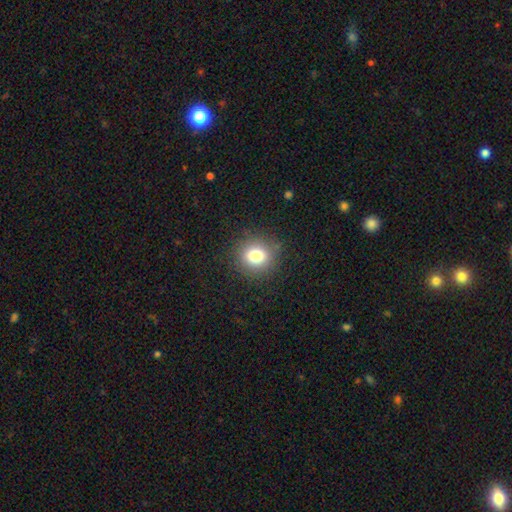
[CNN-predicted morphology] This appears to be a smooth galaxy with no disk features (79%) that is round (83%). Merging: none (86%).